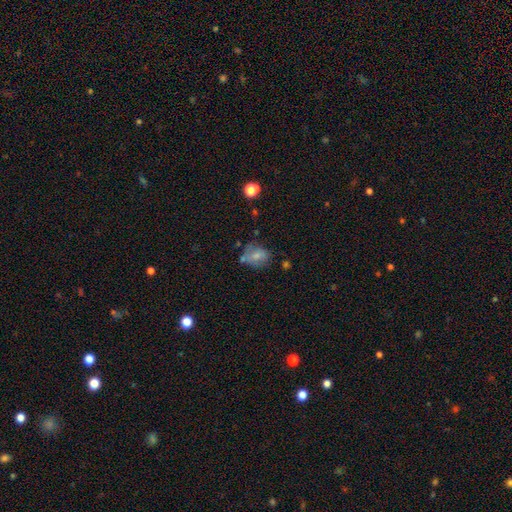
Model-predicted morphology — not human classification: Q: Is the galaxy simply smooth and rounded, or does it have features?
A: smooth — 64%.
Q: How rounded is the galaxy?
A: in between — 57%.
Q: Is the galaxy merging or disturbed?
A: none — 48%.